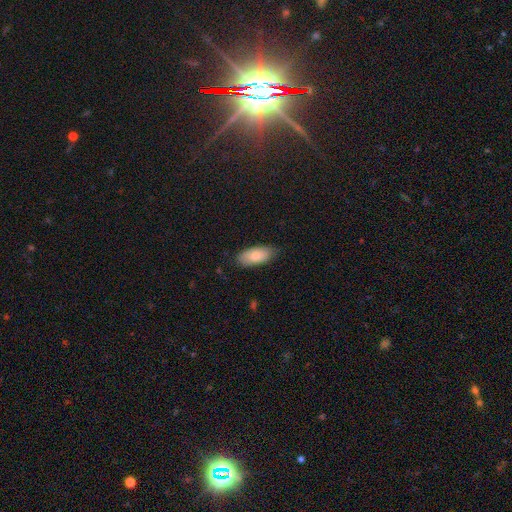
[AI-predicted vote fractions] The model was most divided on "merging": none: 79%, minor disturbance: 17%, major disturbance: 3%, merger: 1%. More confident: how rounded — in between (88%); smooth or featured — smooth (81%).